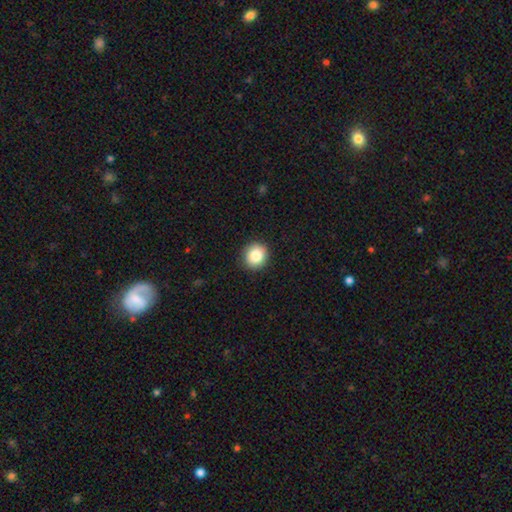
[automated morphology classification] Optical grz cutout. It shows a smooth galaxy with no disk features (86%) that is round (86%). Merging: none (91%).